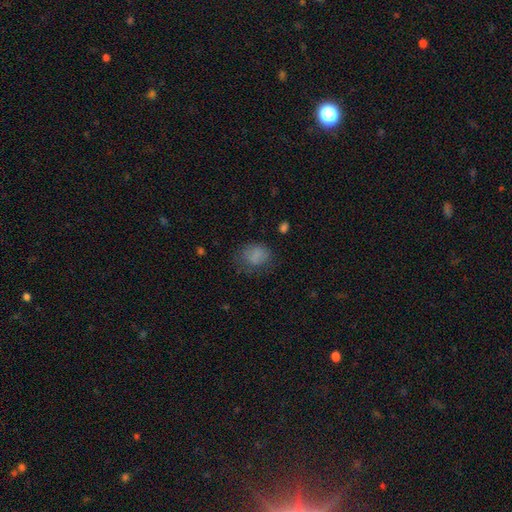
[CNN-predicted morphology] smooth 78%, star or artifact 12%, featured or disk 10%. Down the decision tree: how rounded — in between (54%); merging — none (59%).